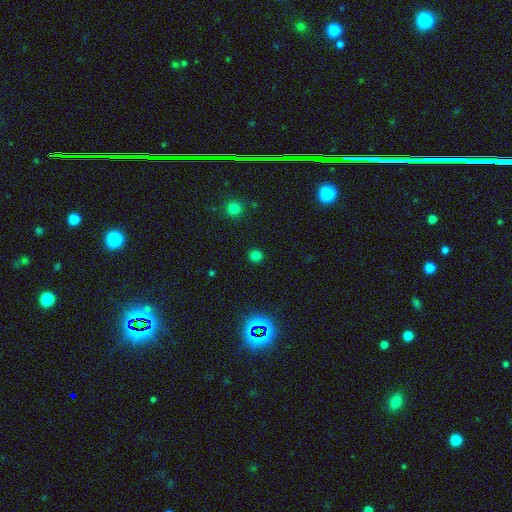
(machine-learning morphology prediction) A smooth galaxy with no disk features (74%) that is round (93%).

Vote fractions:
- Smooth or featured? smooth: 74% / star or artifact: 22% / featured or disk: 4%
- How rounded? round: 93% / in between: 6% / cigar-shaped: 1%
- Merging? none: 91% / minor disturbance: 5% / major disturbance: 2% / merger: 1%